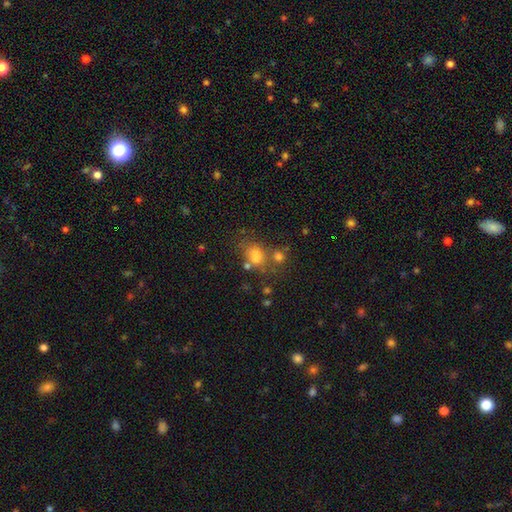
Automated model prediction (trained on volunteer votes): Smooth or featured? Predicted: smooth (p=0.67). How rounded? Predicted: in between (p=0.63). Merging? Predicted: none (p=0.47).